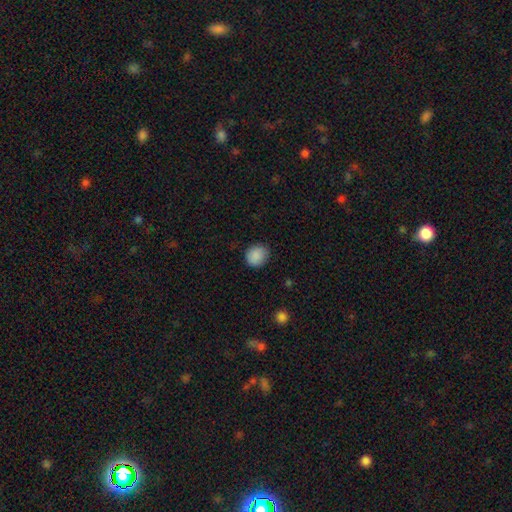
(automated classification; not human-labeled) smooth_or_featured: smooth (p=0.89) [alt: star or artifact p=0.08]
how_rounded: round (p=0.75) [alt: in between p=0.24]
merging: none (p=0.84) [alt: minor disturbance p=0.12]